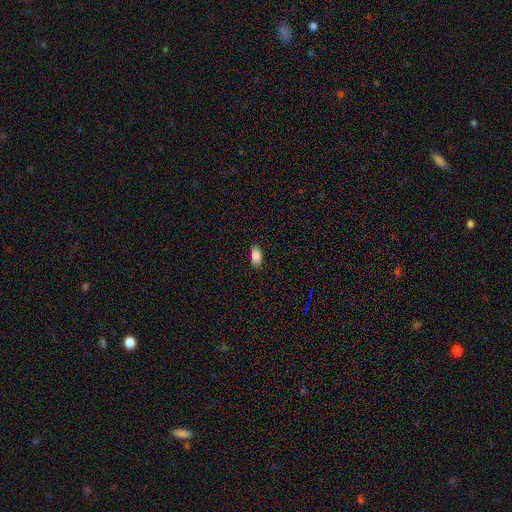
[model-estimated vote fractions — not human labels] This is clearly a smooth galaxy (86%). How rounded: clearly in between (92%). Merging: clearly none (85%).